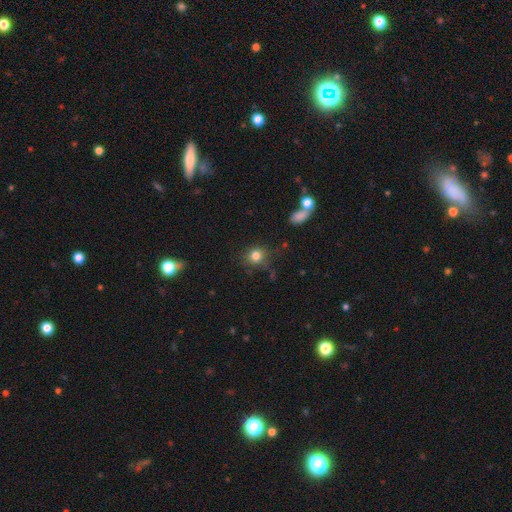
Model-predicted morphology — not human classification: A smooth galaxy with no disk features (80%) that is round (79%).

Vote fractions:
- Smooth or featured? smooth: 80% / star or artifact: 12% / featured or disk: 7%
- How rounded? round: 79% / in between: 20% / cigar-shaped: 1%
- Merging? none: 75% / minor disturbance: 16% / major disturbance: 5% / merger: 4%